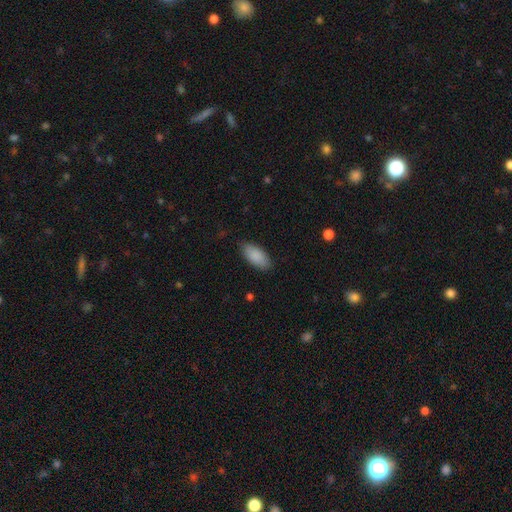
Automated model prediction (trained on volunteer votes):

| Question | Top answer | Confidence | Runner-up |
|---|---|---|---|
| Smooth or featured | smooth | 89% | star or artifact (6%) |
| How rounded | in between | 90% | cigar-shaped (8%) |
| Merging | none | 83% | minor disturbance (13%) |